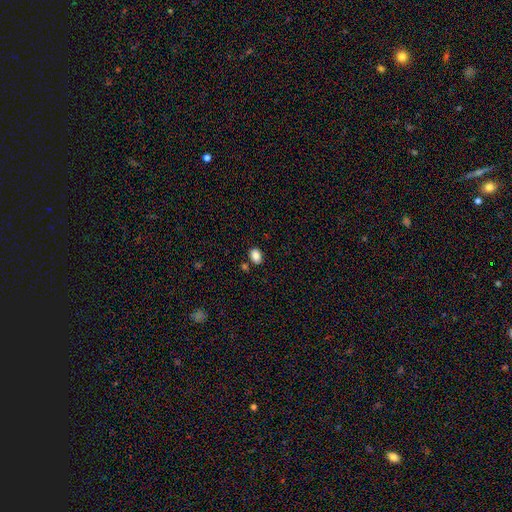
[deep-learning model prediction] Smooth or featured? Predicted: smooth (p=0.87). How rounded? Predicted: in between (p=0.76). Merging? Predicted: none (p=0.81).